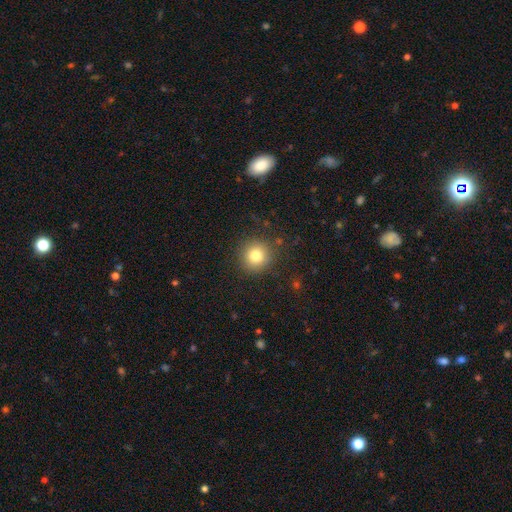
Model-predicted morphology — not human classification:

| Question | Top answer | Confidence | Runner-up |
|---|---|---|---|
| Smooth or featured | smooth | 81% | star or artifact (11%) |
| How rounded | round | 92% | in between (7%) |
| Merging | none | 87% | minor disturbance (8%) |